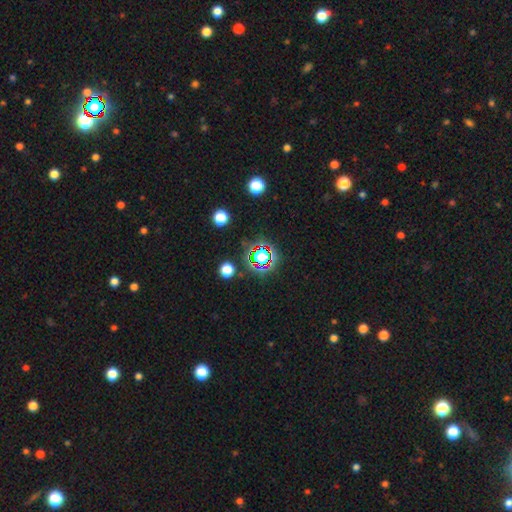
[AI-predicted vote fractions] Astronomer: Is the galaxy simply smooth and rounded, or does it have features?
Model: star or artifact — 66%.